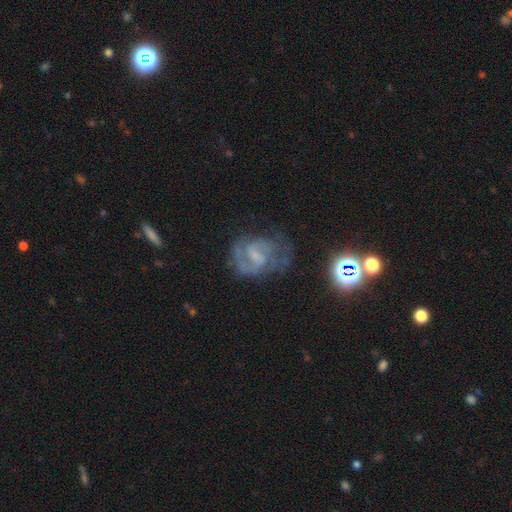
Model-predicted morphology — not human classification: smooth-or-featured: featured or disk: 77% | smooth: 13% | star or artifact: 11%
  disk-edge-on: no: 98% | yes: 2%
    bar: weak: 55% | no: 29% | strong: 16%
    has-spiral-arms: yes: 89% | no: 11%
      spiral-winding: medium: 50% | tight: 31% | loose: 18%
      spiral-arm-count: 2: 66% | can't tell: 17% | 1: 8% | 3: 5% | 4: 2% | more than 4: 2%
    bulge-size: small: 49% | none: 28% | moderate: 20% | large: 2% | dominant: 1%
  merging: none: 52% | minor disturbance: 24% | major disturbance: 22% | merger: 3%